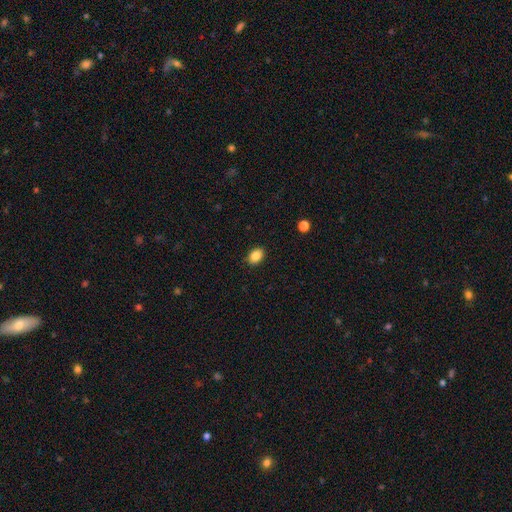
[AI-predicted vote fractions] The model was most divided on "how rounded": in between: 79%, round: 20%, cigar-shaped: 1%. More confident: merging — none (88%); smooth or featured — smooth (86%).